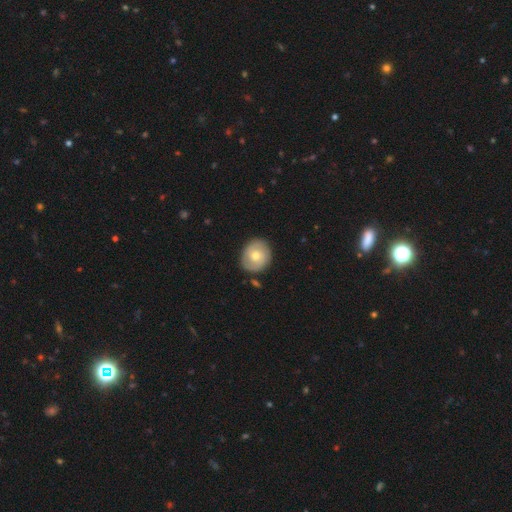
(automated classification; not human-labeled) Overall: featured or disk (49%; smooth 45%). Merging: none (84%).